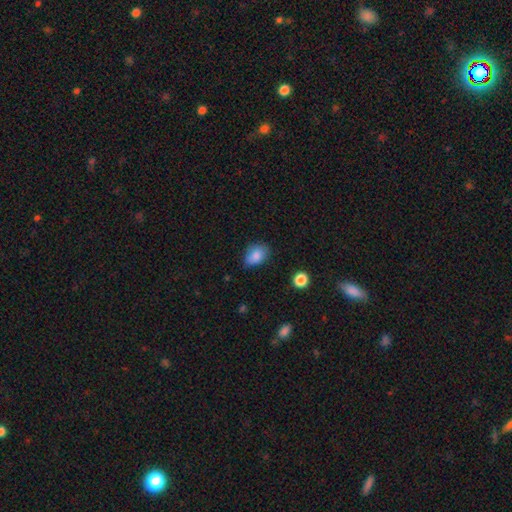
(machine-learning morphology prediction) smooth 85%, star or artifact 9%, featured or disk 6%. Down the decision tree: how rounded — in between (82%); merging — none (68%).